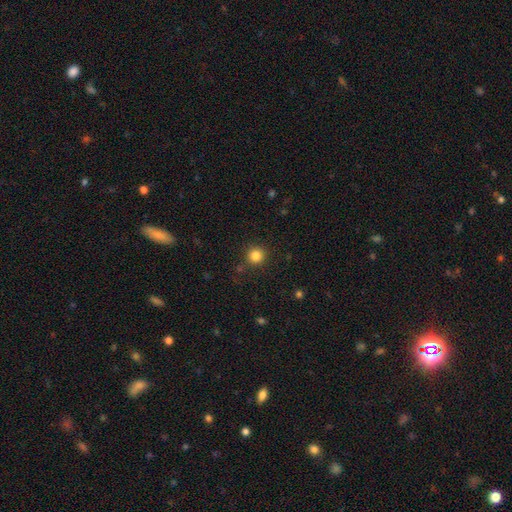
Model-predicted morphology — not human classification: Smooth or featured? Predicted: smooth (p=0.83). How rounded? Predicted: round (p=0.94). Merging? Predicted: none (p=0.88).